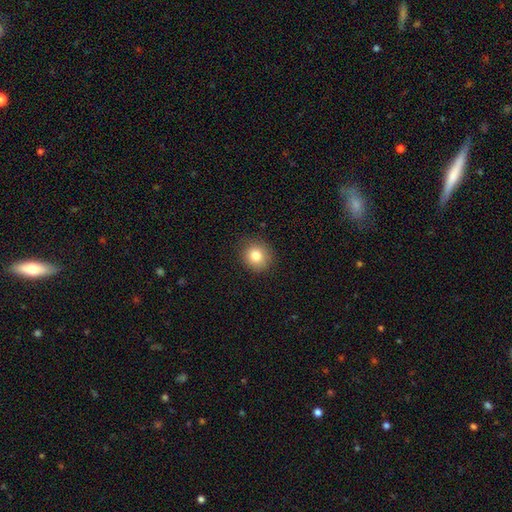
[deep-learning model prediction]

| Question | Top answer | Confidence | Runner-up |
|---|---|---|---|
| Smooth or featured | smooth | 81% | star or artifact (11%) |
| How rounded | round | 86% | in between (13%) |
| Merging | none | 88% | minor disturbance (8%) |